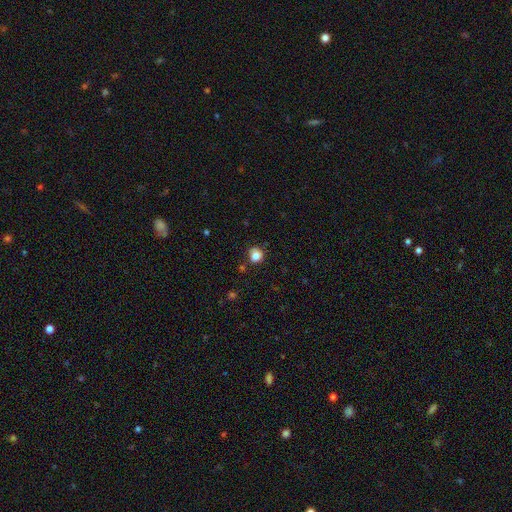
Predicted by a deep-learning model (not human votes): smooth_or_featured: smooth (p=0.84) [alt: star or artifact p=0.11]
how_rounded: round (p=0.79) [alt: in between p=0.21]
merging: none (p=0.75) [alt: minor disturbance p=0.17]